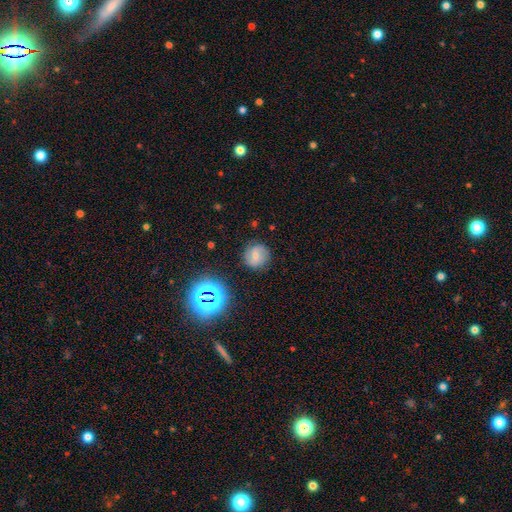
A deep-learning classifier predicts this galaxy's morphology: Smooth or featured: smooth — 46% (featured or disk — 38%)
Merging: none — 82% (minor disturbance — 12%)